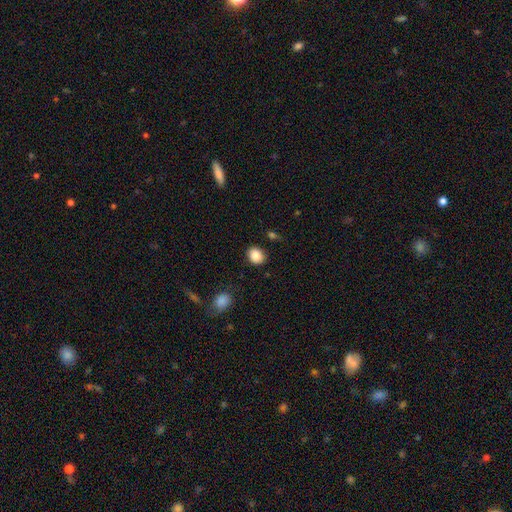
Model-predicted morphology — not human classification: Smooth or featured: smooth — 87% (star or artifact — 9%)
How rounded: round — 55% (in between — 44%)
Merging: none — 84% (minor disturbance — 10%)